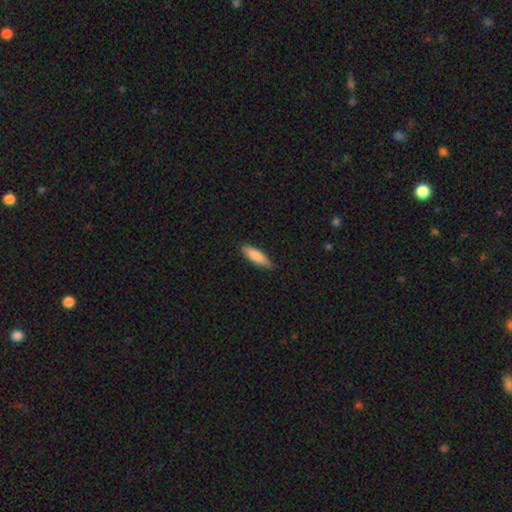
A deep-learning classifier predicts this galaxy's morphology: smooth_or_featured: smooth (p=0.85) [alt: featured or disk p=0.10]
how_rounded: cigar-shaped (p=0.58) [alt: in between p=0.40]
merging: none (p=0.83) [alt: minor disturbance p=0.14]